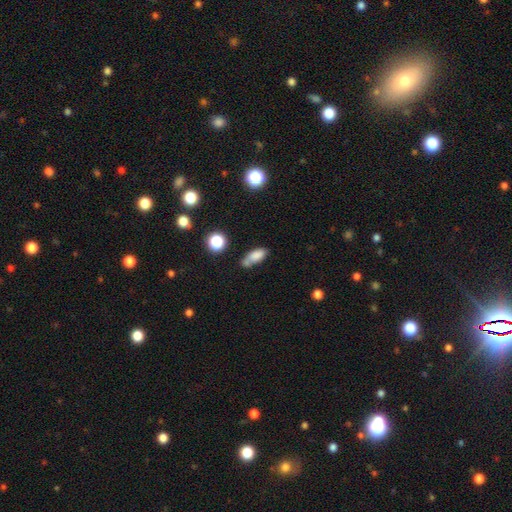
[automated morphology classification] A smooth galaxy with no disk features (78%) that is in between round and cigar-shaped (79%). Merging: none (46%).